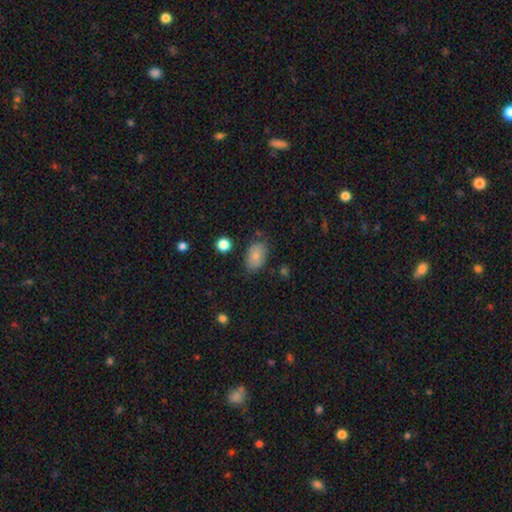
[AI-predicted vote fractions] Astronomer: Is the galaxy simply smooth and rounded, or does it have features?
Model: smooth — 78%.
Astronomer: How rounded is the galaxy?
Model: in between — 85%.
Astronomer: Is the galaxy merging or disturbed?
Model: none — 73%.